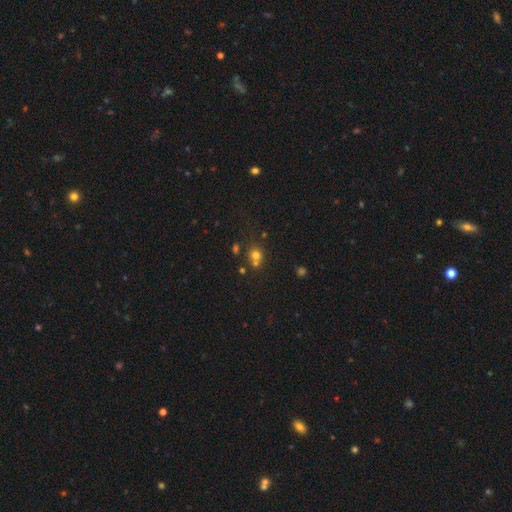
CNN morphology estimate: The model was most divided on "merging": none: 54%, merger: 34%, minor disturbance: 9%, major disturbance: 4%. More confident: how rounded — round (85%); smooth or featured — smooth (69%).